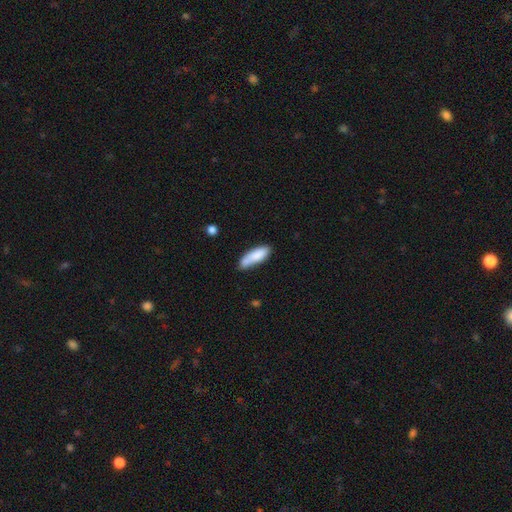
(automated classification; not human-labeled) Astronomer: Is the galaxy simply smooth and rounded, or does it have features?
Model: smooth — 84%.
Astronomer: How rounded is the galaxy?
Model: in between — 53% (runner-up: cigar-shaped, 45%).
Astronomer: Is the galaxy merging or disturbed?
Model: none — 58%.